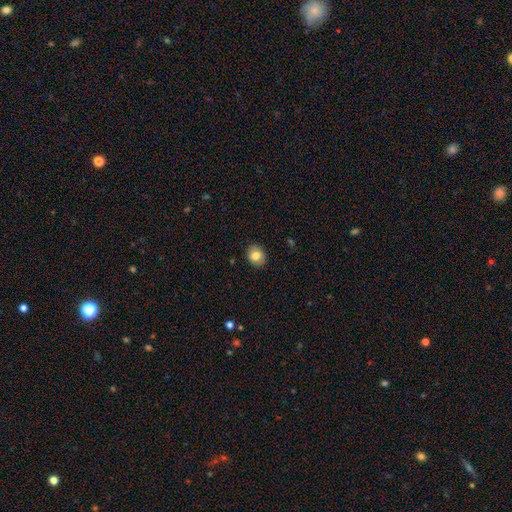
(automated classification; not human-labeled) This appears to be a smooth galaxy with no disk features (80%) that is round (53%). Merging: none (87%).